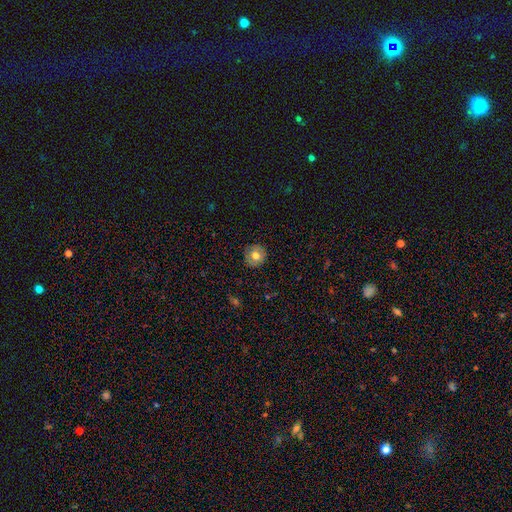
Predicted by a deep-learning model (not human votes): Morphology: type=smooth (69%); roundness=round (92%); merging=none (88%).